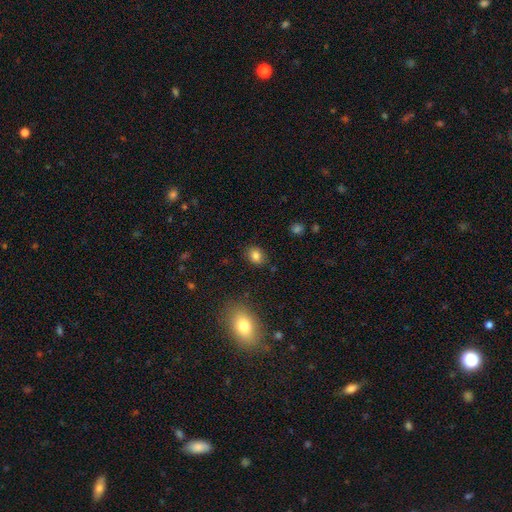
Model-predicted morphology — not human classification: A smooth galaxy with no disk features (83%) that is round (53%).

Vote fractions:
- Smooth or featured? smooth: 83% / star or artifact: 11% / featured or disk: 6%
- How rounded? round: 53% / in between: 46% / cigar-shaped: 1%
- Merging? none: 85% / minor disturbance: 10% / major disturbance: 3% / merger: 2%